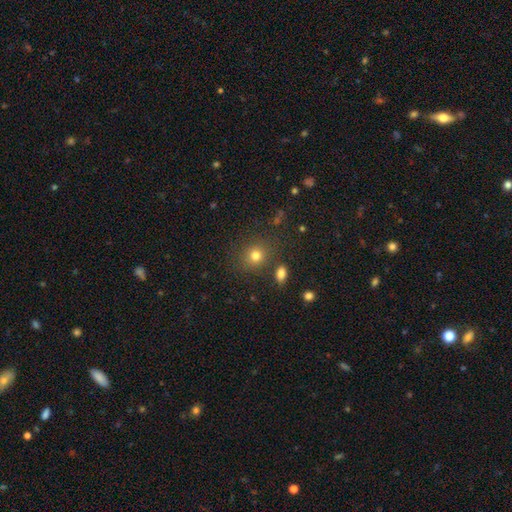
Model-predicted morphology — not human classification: Smooth or featured? Predicted: smooth (p=0.78). How rounded? Predicted: round (p=0.76). Merging? Predicted: none (p=0.79).